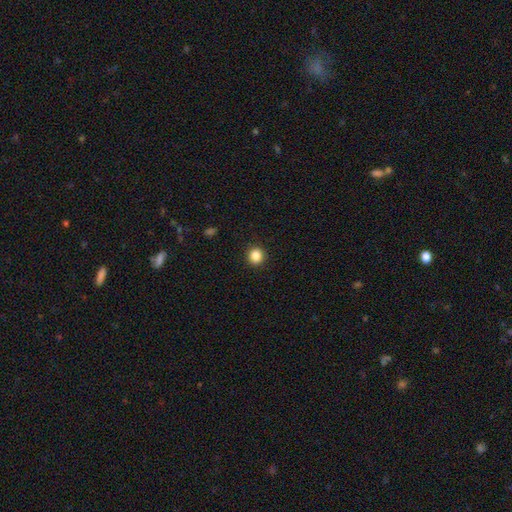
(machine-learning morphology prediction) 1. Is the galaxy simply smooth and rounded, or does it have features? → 85% smooth, 11% star or artifact, 4% featured or disk.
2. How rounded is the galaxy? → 90% round, 9% in between, 1% cigar-shaped.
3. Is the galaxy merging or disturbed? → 92% none, 5% minor disturbance, 2% major disturbance, 1% merger.